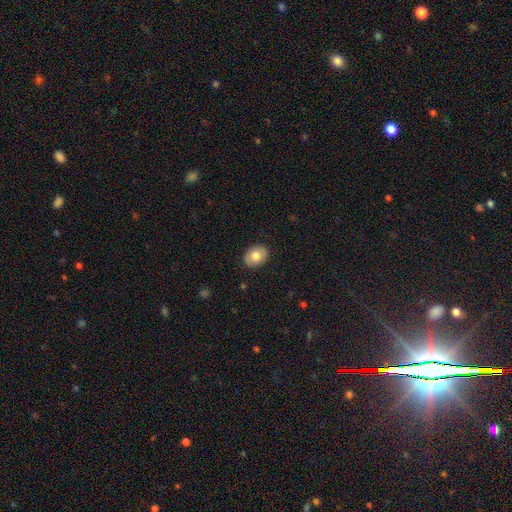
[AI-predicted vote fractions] The model was most divided on "how rounded": in between: 65%, round: 34%, cigar-shaped: 1%. More confident: merging — none (87%); smooth or featured — smooth (75%).